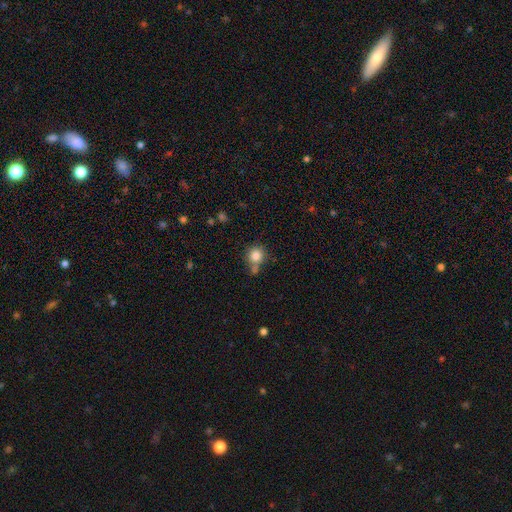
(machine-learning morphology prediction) Smooth or featured?
  - smooth: 83% *
  - star or artifact: 10%
  - featured or disk: 7%
How rounded?
  - round: 88% *
  - in between: 11%
  - cigar-shaped: 1%
Merging?
  - none: 62% *
  - merger: 20%
  - minor disturbance: 14%
  - major disturbance: 5%